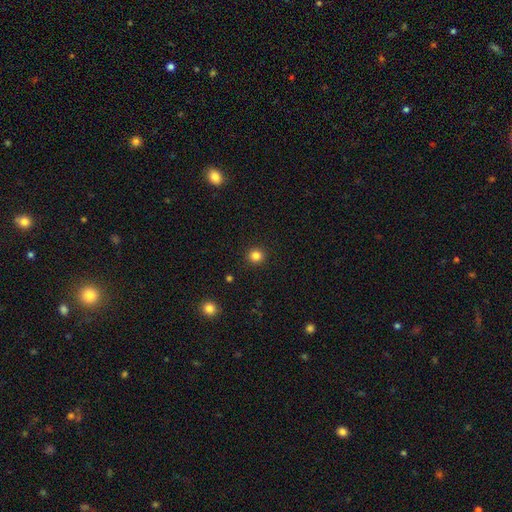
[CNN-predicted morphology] A smooth galaxy with no disk features (83%) that is round (93%). Merging: none (92%).